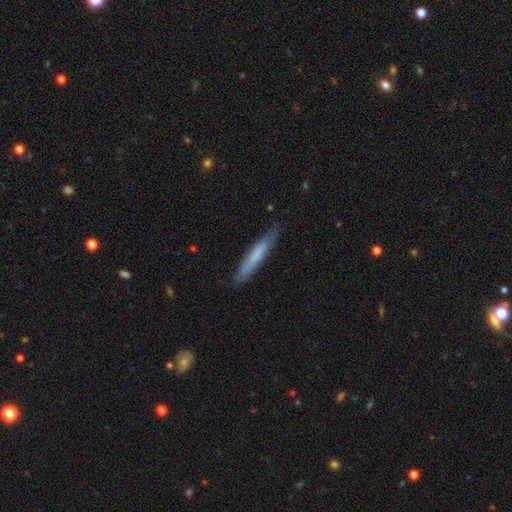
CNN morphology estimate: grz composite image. It shows a smooth galaxy with no disk features (65%) that is cigar-shaped (93%). Merging: none (81%).